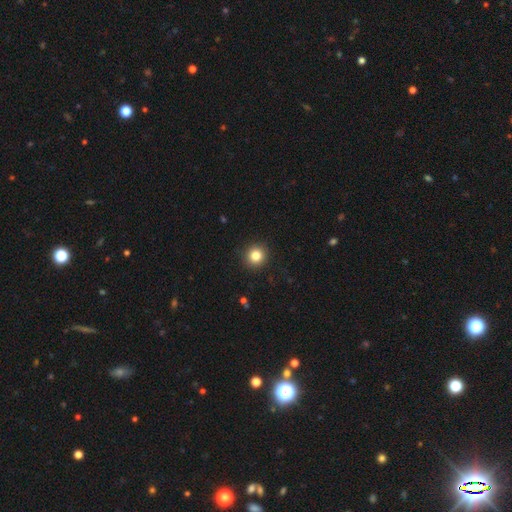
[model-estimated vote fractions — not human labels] The model was most divided on "smooth or featured": smooth: 83%, star or artifact: 11%, featured or disk: 6%. More confident: how rounded — round (93%); merging — none (92%).